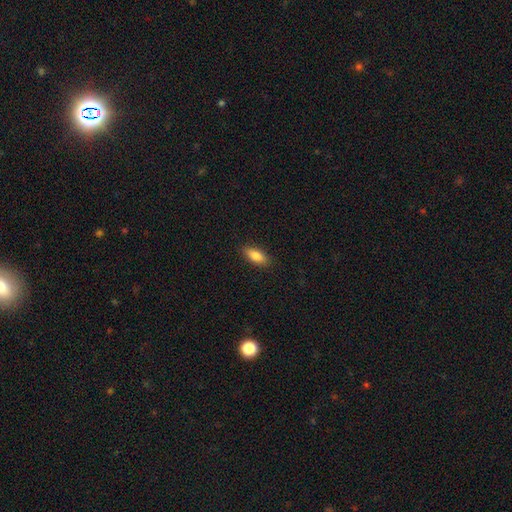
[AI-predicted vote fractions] A smooth galaxy with no disk features (84%) that is in between round and cigar-shaped (79%). Merging: none (88%).